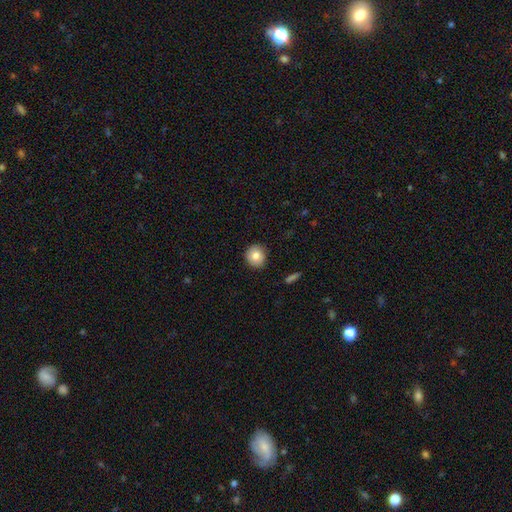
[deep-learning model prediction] A smooth galaxy with no disk features (79%) that is round (89%). Merging: none (88%).